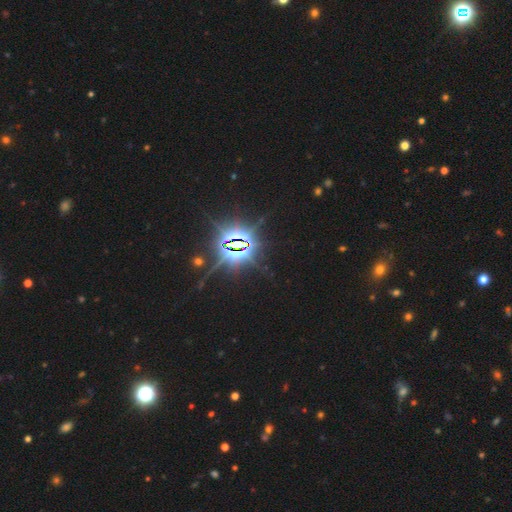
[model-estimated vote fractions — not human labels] This appears to be a star or artifact, not a galaxy (86%).